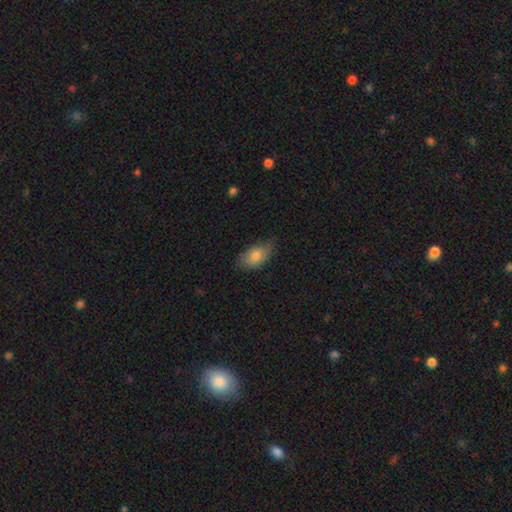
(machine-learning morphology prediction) Smooth or featured? Predicted: smooth (p=0.78). How rounded? Predicted: in between (p=0.91). Merging? Predicted: none (p=0.66).